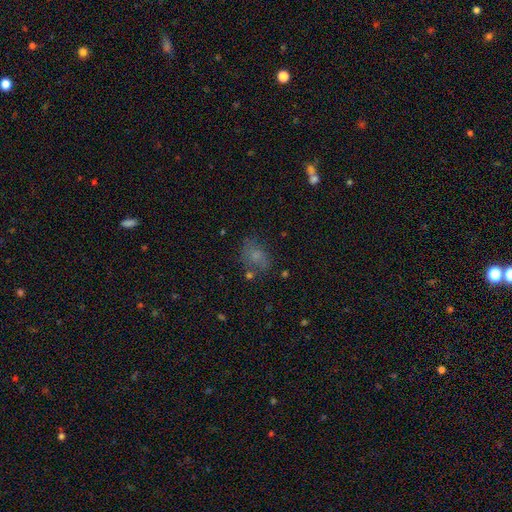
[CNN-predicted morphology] Smooth or featured: smooth — 63% (featured or disk — 19%)
How rounded: in between — 63% (round — 36%)
Merging: none — 56% (minor disturbance — 23%)